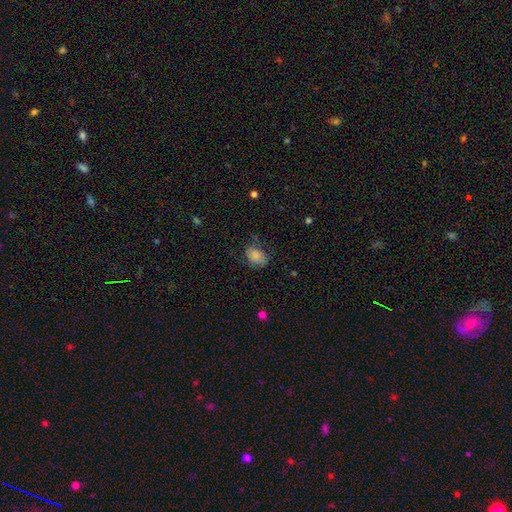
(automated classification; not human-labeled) smooth 82%, featured or disk 9%, star or artifact 9%. Down the decision tree: how rounded — in between (68%); merging — none (61%).